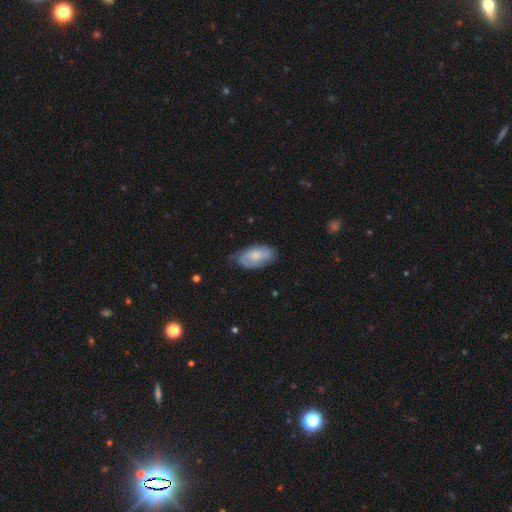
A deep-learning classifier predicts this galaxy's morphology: type=featured or disk (49%); merging=none (64%).